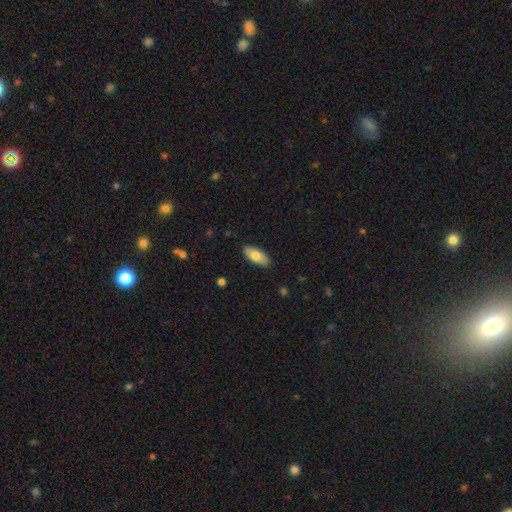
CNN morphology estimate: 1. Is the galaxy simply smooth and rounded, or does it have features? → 76% smooth, 18% featured or disk, 6% star or artifact.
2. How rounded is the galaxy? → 90% in between, 8% cigar-shaped, 2% round.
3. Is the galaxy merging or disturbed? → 88% none, 9% minor disturbance, 2% major disturbance, 1% merger.